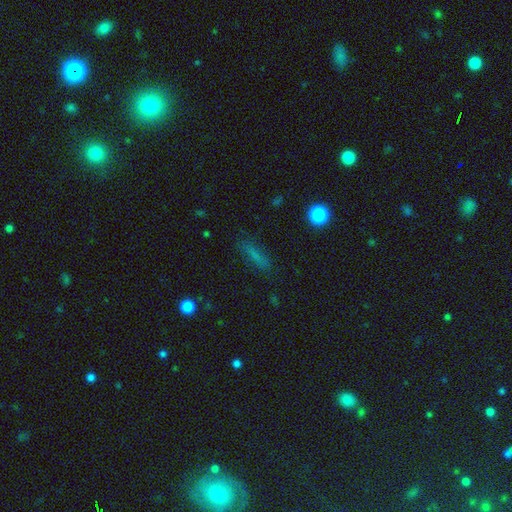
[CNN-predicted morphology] A smooth galaxy with no disk features (65%) that is cigar-shaped (72%). Merging: none (81%).